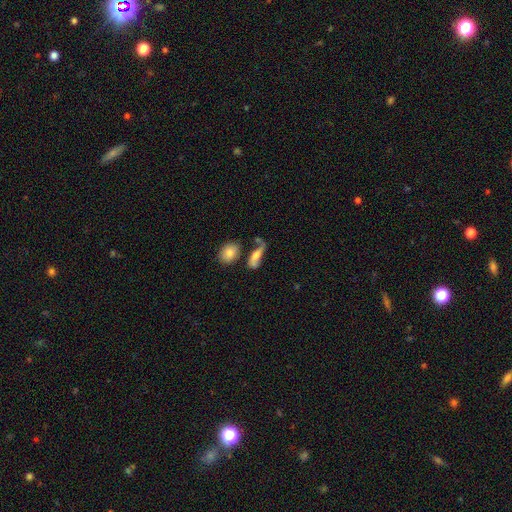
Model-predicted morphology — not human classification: A featured or disk galaxy (48%). Merging: none (44%).